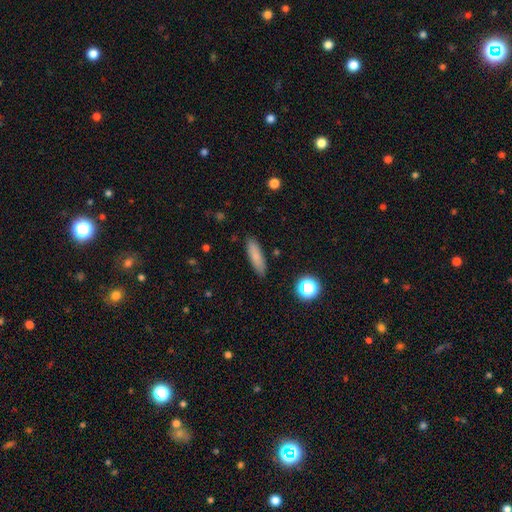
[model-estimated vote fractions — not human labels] Smooth or featured? Predicted: smooth (p=0.81). How rounded? Predicted: cigar-shaped (p=0.66). Merging? Predicted: none (p=0.88).